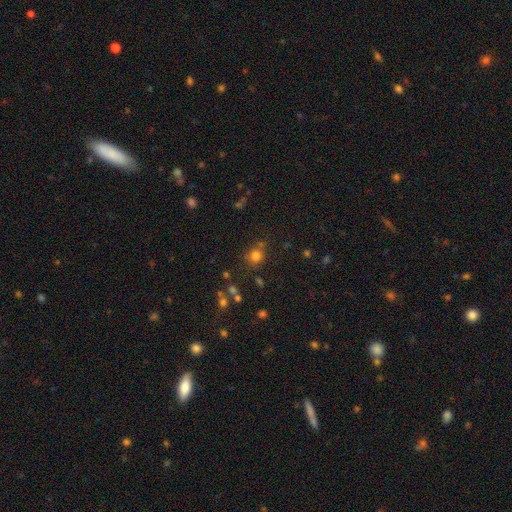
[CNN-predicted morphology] type=smooth (76%); roundness=round (84%); merging=none (72%).